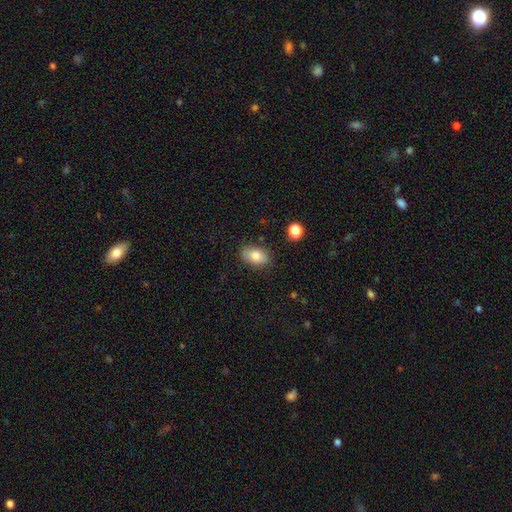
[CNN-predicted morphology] Smooth or featured? Predicted: smooth (p=0.81). How rounded? Predicted: in between (p=0.89). Merging? Predicted: none (p=0.83).